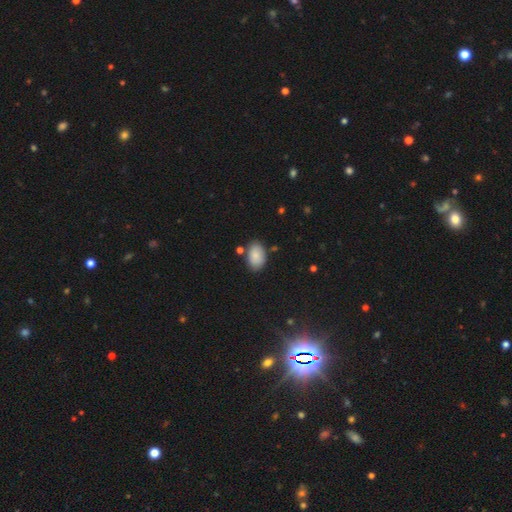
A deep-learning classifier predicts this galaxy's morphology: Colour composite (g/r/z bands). It shows a smooth galaxy with no disk features (86%) that is in between round and cigar-shaped (91%). Merging: none (77%).